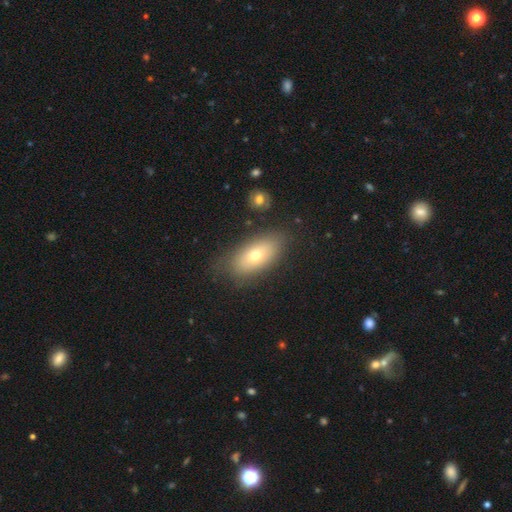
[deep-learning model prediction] Smooth or featured?
  - smooth: 66% *
  - featured or disk: 25%
  - star or artifact: 9%
How rounded?
  - in between: 86% *
  - cigar-shaped: 8%
  - round: 6%
Merging?
  - none: 79% *
  - minor disturbance: 14%
  - major disturbance: 4%
  - merger: 2%